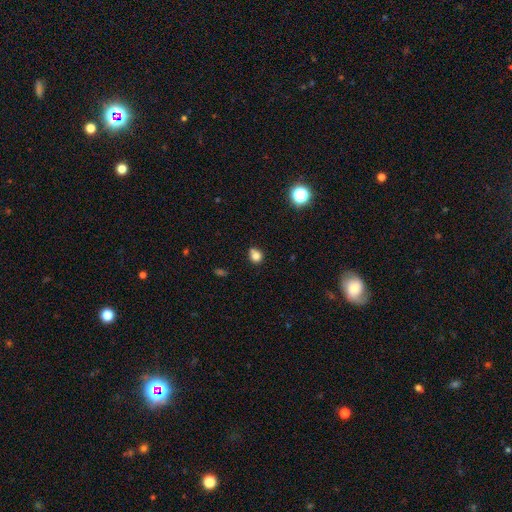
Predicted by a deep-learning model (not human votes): Smooth or featured: smooth — 79% (star or artifact — 13%)
How rounded: round — 78% (in between — 21%)
Merging: none — 63% (minor disturbance — 20%)